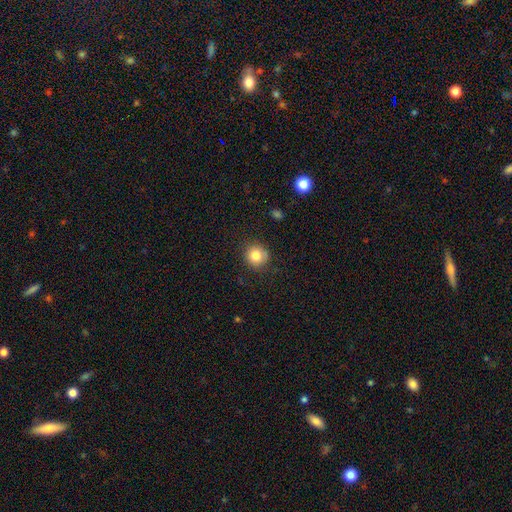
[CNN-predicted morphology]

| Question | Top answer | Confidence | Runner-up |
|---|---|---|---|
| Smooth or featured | smooth | 83% | star or artifact (10%) |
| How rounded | round | 91% | in between (8%) |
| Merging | none | 85% | minor disturbance (11%) |